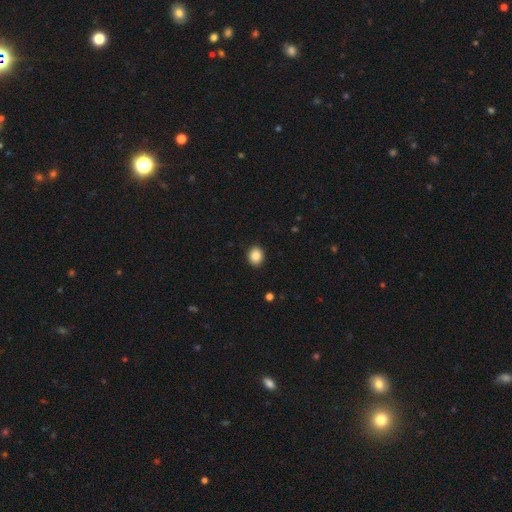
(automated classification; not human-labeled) A smooth galaxy with no disk features (87%) that is round (62%).

Vote fractions:
- Smooth or featured? smooth: 87% / star or artifact: 9% / featured or disk: 4%
- How rounded? round: 62% / in between: 37% / cigar-shaped: 1%
- Merging? none: 90% / minor disturbance: 7% / major disturbance: 2% / merger: 1%